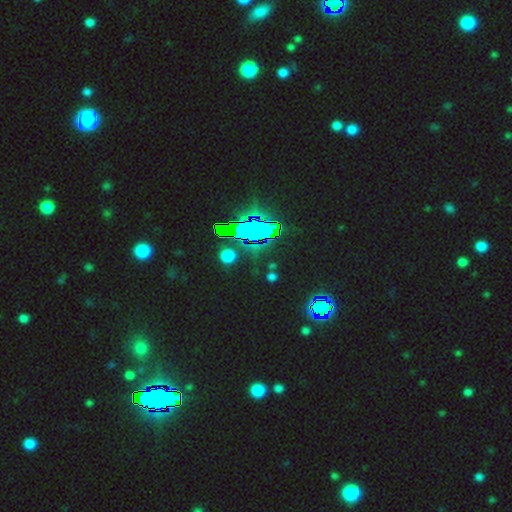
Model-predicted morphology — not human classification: smooth-or-featured: star or artifact: 82% | smooth: 10% | featured or disk: 8%